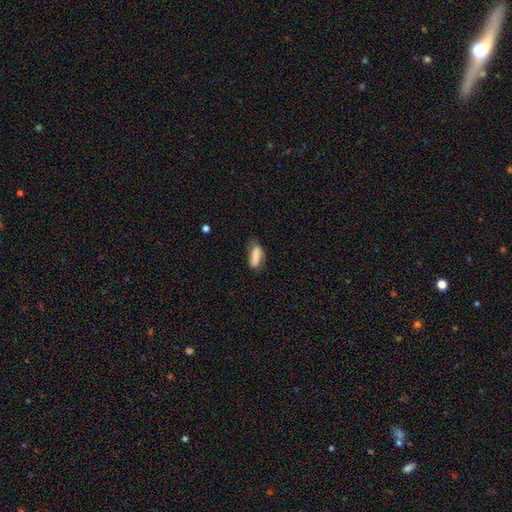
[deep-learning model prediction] Overall: smooth (79%). How rounded: in between (72%). Merging: none (55%; minor disturbance 32%).